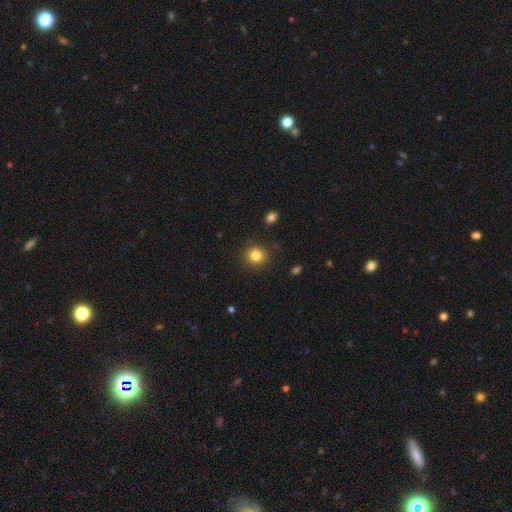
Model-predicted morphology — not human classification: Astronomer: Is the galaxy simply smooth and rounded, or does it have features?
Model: smooth — 83%.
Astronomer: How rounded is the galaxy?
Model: round — 89%.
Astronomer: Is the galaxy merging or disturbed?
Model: none — 88%.